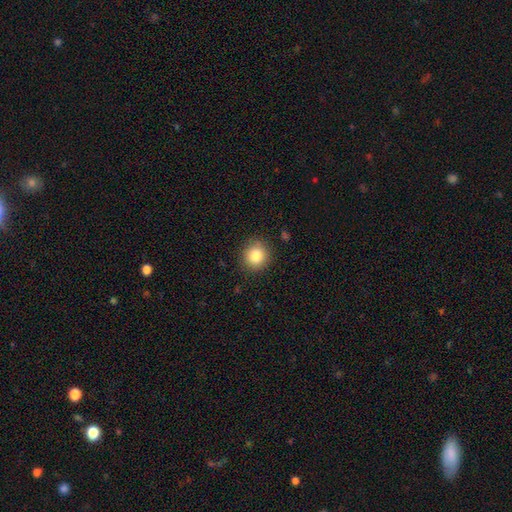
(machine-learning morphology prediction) Overall: smooth (83%). How rounded: round (88%). Merging: none (89%).